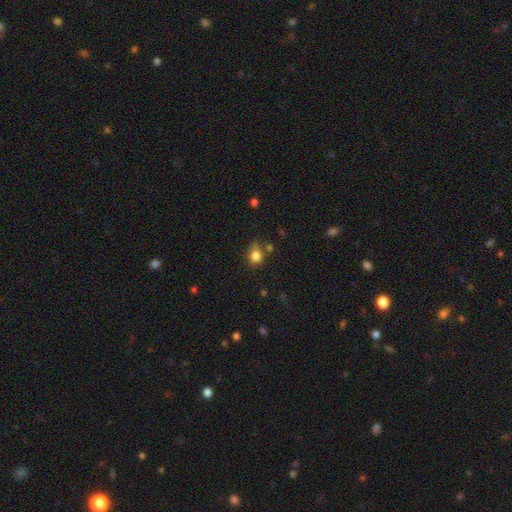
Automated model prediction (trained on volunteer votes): A smooth galaxy with no disk features (82%) that is round (54%). Merging: none (62%).